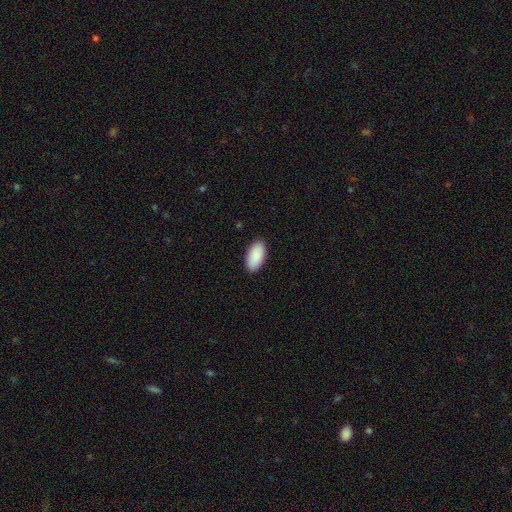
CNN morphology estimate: This appears to be a smooth galaxy with no disk features (91%) that is in between round and cigar-shaped (96%). Merging: none (90%).